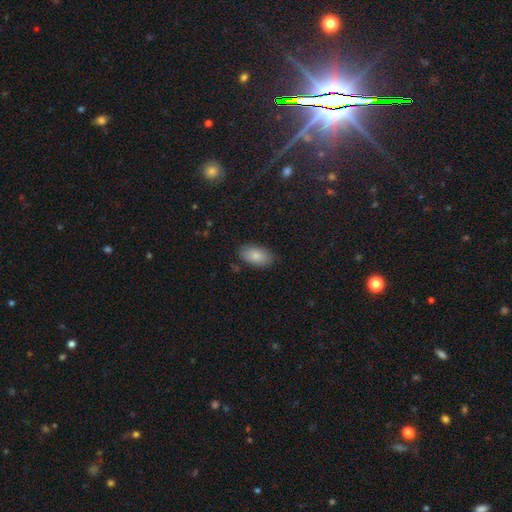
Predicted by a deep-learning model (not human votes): The model was most divided on "merging": none: 84%, minor disturbance: 12%, major disturbance: 3%, merger: 1%. More confident: how rounded — in between (94%); smooth or featured — smooth (85%).